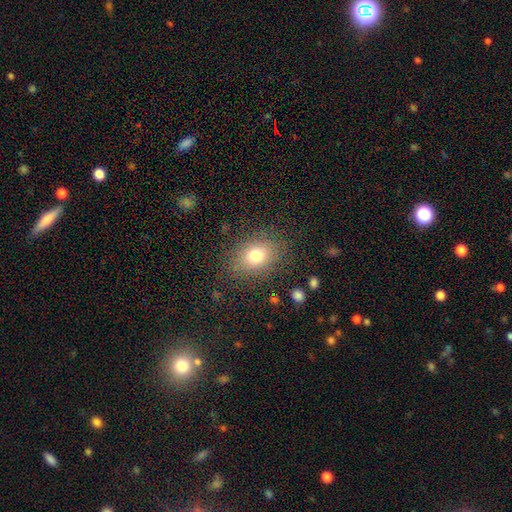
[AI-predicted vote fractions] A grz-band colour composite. It shows a smooth galaxy with no disk features (76%) that is in between round and cigar-shaped (61%). Merging: none (81%).